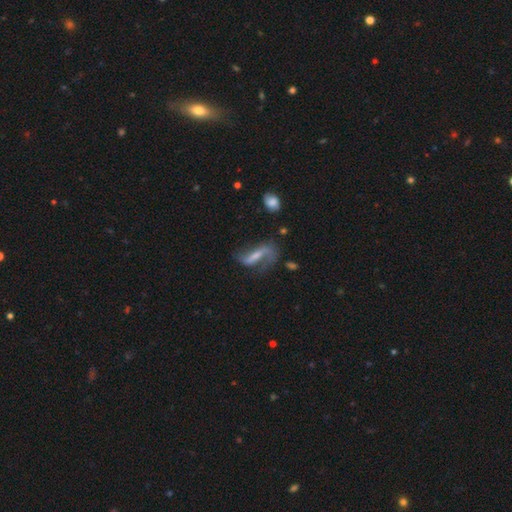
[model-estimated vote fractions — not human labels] This is likely a featured or disk galaxy (74%). It is clearly not viewed edge-on (87%). Bar: marginally strong (44%). Spiral arm pattern: clearly yes (88%). Spiral arm count: likely 2 (74%). Spiral winding: likely loose (67%). Central bulge: possibly small (48%). Merging: possibly none (50%).